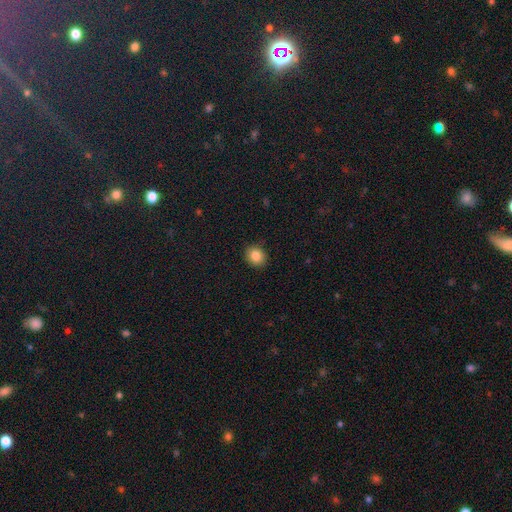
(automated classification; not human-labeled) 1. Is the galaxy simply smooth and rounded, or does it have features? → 84% smooth, 10% star or artifact, 6% featured or disk.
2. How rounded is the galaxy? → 70% round, 29% in between, 1% cigar-shaped.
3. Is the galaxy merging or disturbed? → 89% none, 8% minor disturbance, 2% major disturbance, 1% merger.